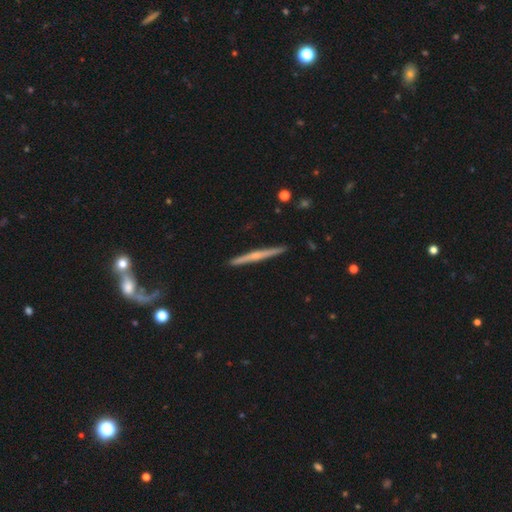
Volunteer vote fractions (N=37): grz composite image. It shows a featured or disk galaxy (78%) viewed edge-on (100%) with a rounded central bulge (86%). Merging: none (92%).